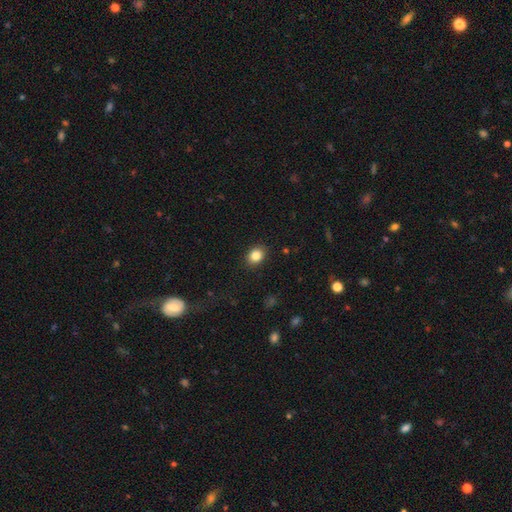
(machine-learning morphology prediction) smooth 85%, star or artifact 10%, featured or disk 6%. Down the decision tree: how rounded — in between (50%, tied with round); merging — none (88%).